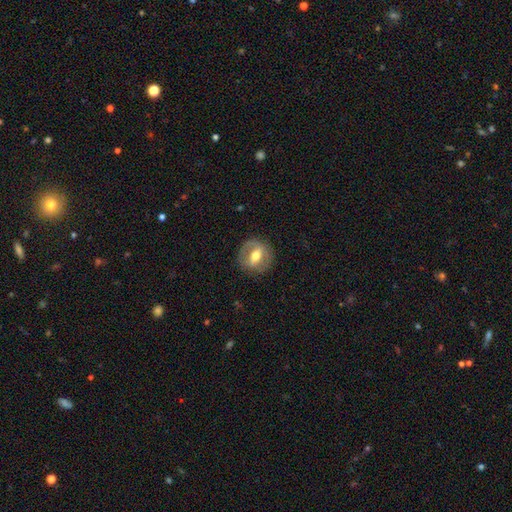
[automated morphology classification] type=featured or disk (58%); edge-on=no (90%); bar=strong (45%); spiral arms=no (59%); bulge=moderate (73%); merging=none (82%).